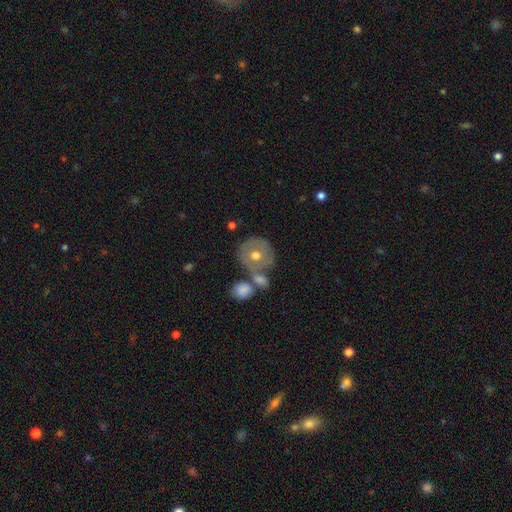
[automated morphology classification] Overall: smooth (46%; featured or disk 45%). Merging: none (48%; merger 31%).